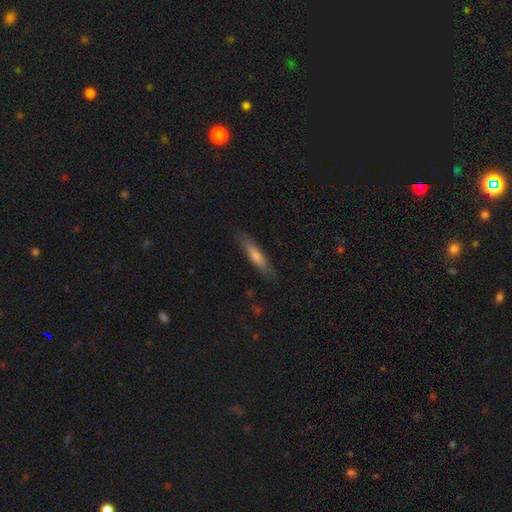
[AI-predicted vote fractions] Q: Smooth or featured?
A: smooth (55%); runner-up: featured or disk (38%)
Q: How rounded?
A: cigar-shaped (87%); runner-up: in between (11%)
Q: Merging?
A: none (86%); runner-up: minor disturbance (11%)